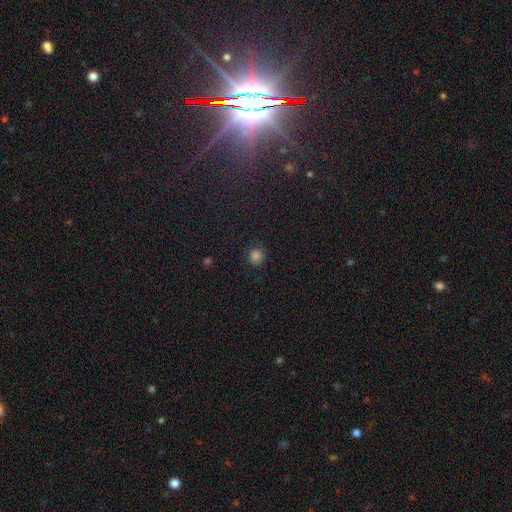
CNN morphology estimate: smooth-or-featured: smooth: 82% | star or artifact: 14% | featured or disk: 4%
  how-rounded: round: 88% | in between: 11% | cigar-shaped: 1%
  merging: none: 86% | minor disturbance: 10% | major disturbance: 3% | merger: 1%